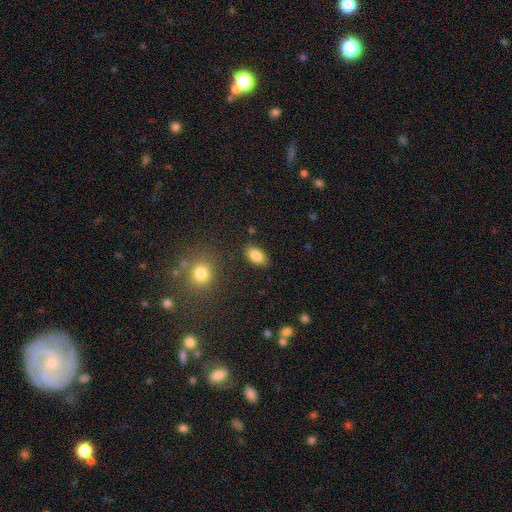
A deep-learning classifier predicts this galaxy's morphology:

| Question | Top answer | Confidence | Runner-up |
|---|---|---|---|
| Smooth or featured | smooth | 84% | star or artifact (8%) |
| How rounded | in between | 91% | round (6%) |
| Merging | none | 84% | minor disturbance (11%) |